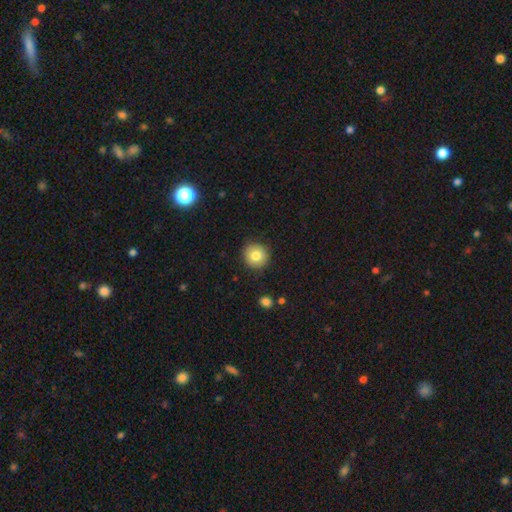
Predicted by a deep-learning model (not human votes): Smooth or featured? Predicted: smooth (p=0.82). How rounded? Predicted: round (p=0.93). Merging? Predicted: none (p=0.89).